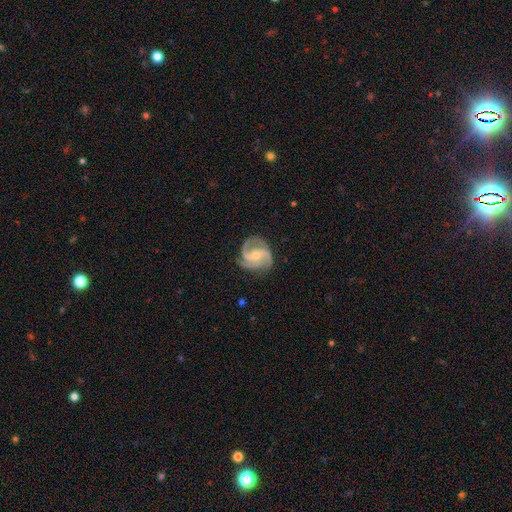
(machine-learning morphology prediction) A featured or disk galaxy (91%) with no bar (54%), 3 (72%) medium (54%) spiral arms (98%) and a small central bulge (56%).

Vote fractions:
- Smooth or featured? featured or disk: 91% / smooth: 4% / star or artifact: 4%
- Edge-on disk? no: 98% / yes: 2%
- Bar? no: 54% / weak: 33% / strong: 13%
- Spiral arms? yes: 98% / no: 2%
- Spiral winding? medium: 54% / tight: 35% / loose: 11%
- Spiral arm count? 3: 72% / 2: 11% / 4: 7% / can't tell: 4% / 1: 3% / more than 4: 3%
- Bulge size? small: 56% / moderate: 41% / none: 2% / large: 1% / dominant: 1%
- Merging? none: 75% / minor disturbance: 18% / major disturbance: 6% / merger: 1%